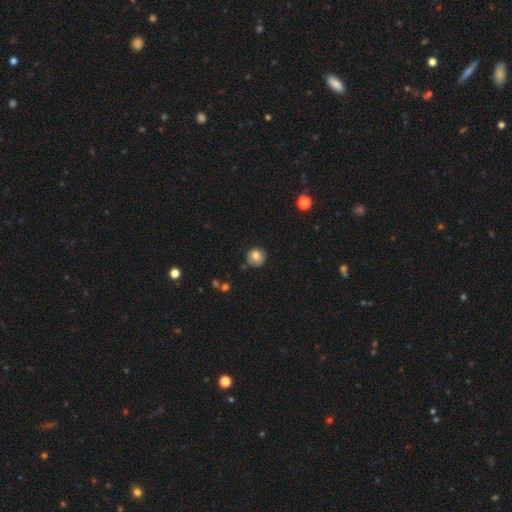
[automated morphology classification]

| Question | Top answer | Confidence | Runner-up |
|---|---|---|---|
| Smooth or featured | smooth | 79% | featured or disk (11%) |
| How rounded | round | 89% | in between (10%) |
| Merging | none | 75% | minor disturbance (18%) |